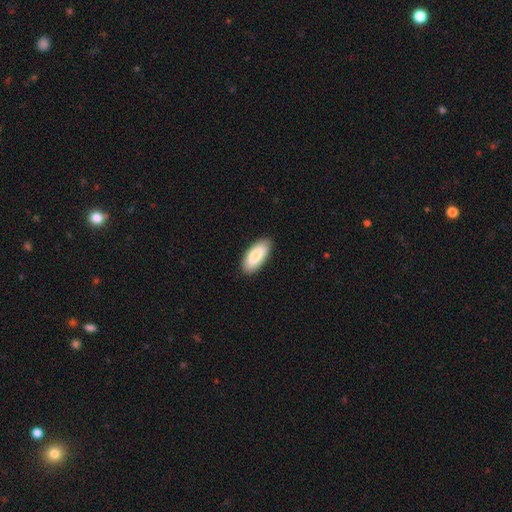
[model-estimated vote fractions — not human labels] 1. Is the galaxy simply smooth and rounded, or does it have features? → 87% smooth, 8% featured or disk, 5% star or artifact.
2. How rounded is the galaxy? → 89% in between, 10% cigar-shaped, 2% round.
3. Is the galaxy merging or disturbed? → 88% none, 9% minor disturbance, 2% major disturbance, 1% merger.